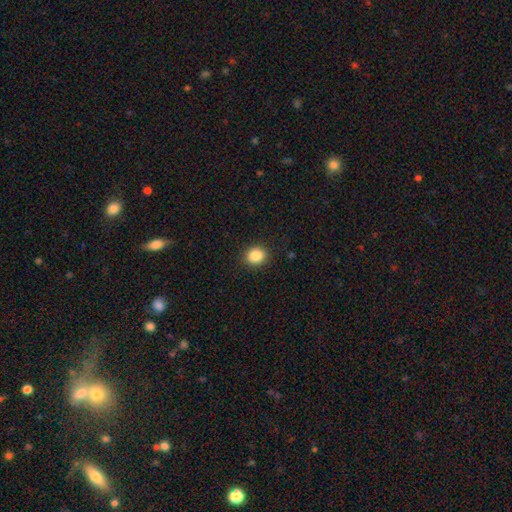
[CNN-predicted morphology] This appears to be a smooth galaxy with no disk features (87%) that is round (67%). Merging: none (90%).